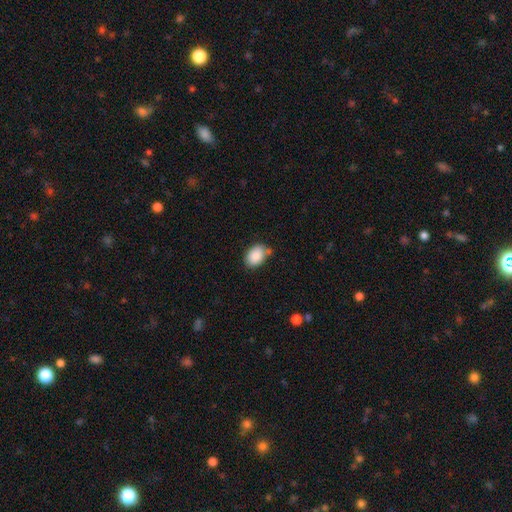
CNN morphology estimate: Smooth or featured?
  - smooth: 88% *
  - star or artifact: 7%
  - featured or disk: 5%
How rounded?
  - in between: 78% *
  - round: 21%
  - cigar-shaped: 1%
Merging?
  - none: 66% *
  - minor disturbance: 23%
  - merger: 6%
  - major disturbance: 4%